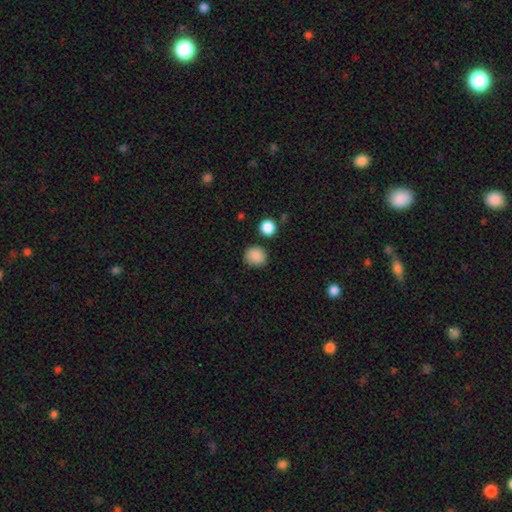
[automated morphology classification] smooth_or_featured: smooth (p=0.87) [alt: star or artifact p=0.10]
how_rounded: round (p=0.85) [alt: in between p=0.14]
merging: none (p=0.83) [alt: minor disturbance p=0.11]